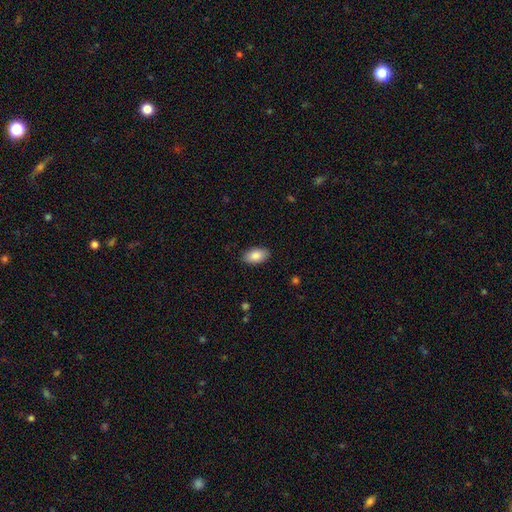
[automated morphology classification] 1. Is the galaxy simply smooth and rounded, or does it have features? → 86% smooth, 8% featured or disk, 7% star or artifact.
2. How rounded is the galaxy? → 94% in between, 4% round, 2% cigar-shaped.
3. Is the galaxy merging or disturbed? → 88% none, 9% minor disturbance, 2% major disturbance, 1% merger.